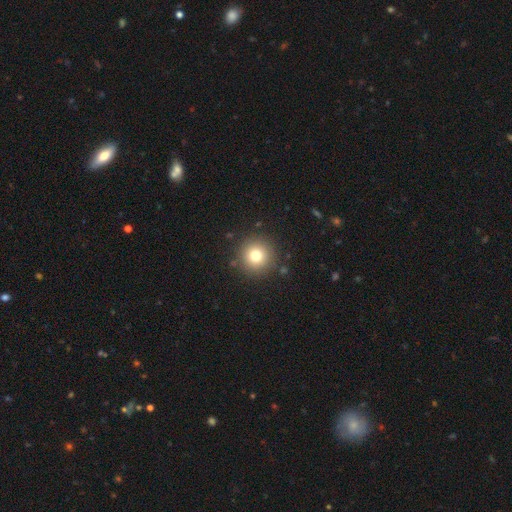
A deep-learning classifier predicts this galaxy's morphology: Smooth or featured? Predicted: smooth (p=0.77). How rounded? Predicted: round (p=0.96). Merging? Predicted: none (p=0.89).